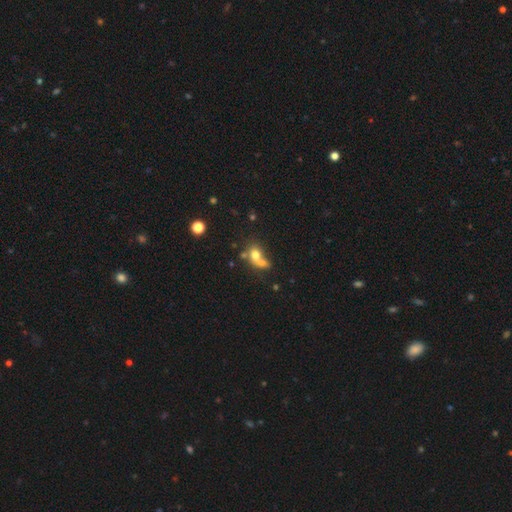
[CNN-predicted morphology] Smooth or featured: smooth — 69% (featured or disk — 19%)
How rounded: round — 53% (in between — 45%)
Merging: merger — 60% (none — 24%)